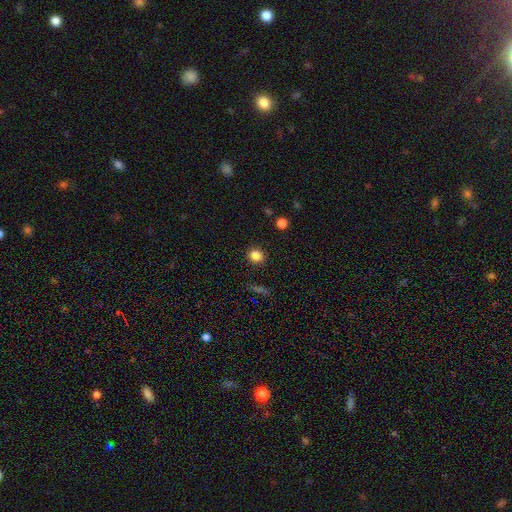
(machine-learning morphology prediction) Smooth or featured? Predicted: smooth (p=0.84). How rounded? Predicted: round (p=0.75). Merging? Predicted: none (p=0.89).